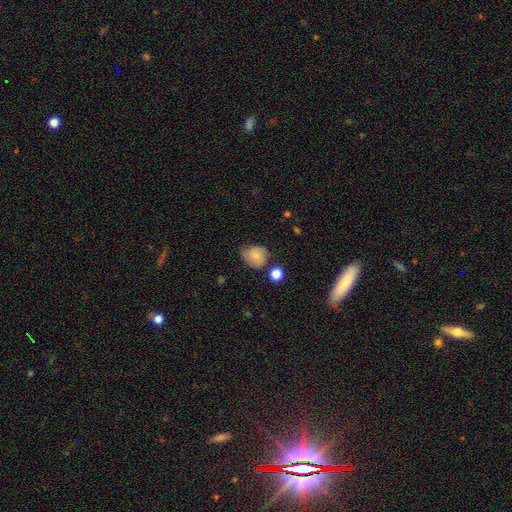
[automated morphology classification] A smooth galaxy with no disk features (69%) that is round (71%). Merging: none (54%).